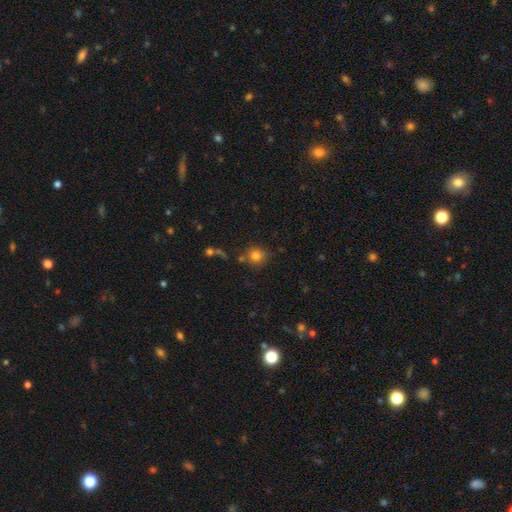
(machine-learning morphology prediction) A smooth galaxy with no disk features (80%) that is round (89%). Merging: none (76%).